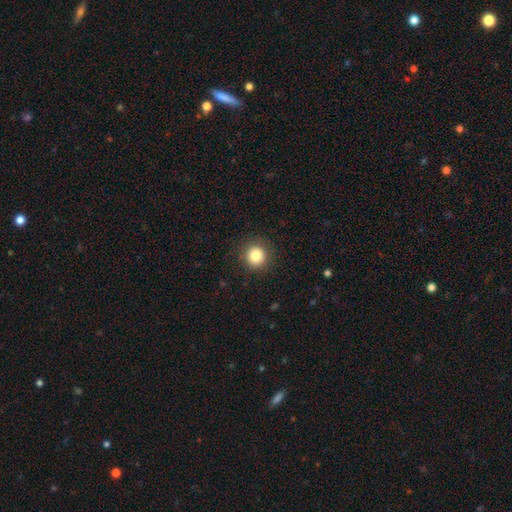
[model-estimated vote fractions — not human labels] Overall: smooth (83%). How rounded: round (94%). Merging: none (90%).